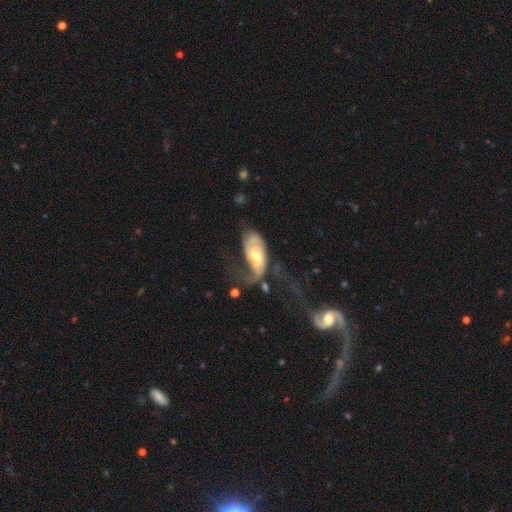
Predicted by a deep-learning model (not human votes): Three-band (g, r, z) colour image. It shows a featured or disk galaxy (70%) with no bar (56%), 2 (49%) medium (37%) spiral arms (83%) and a moderate central bulge (68%). Merging: major disturbance (45%).